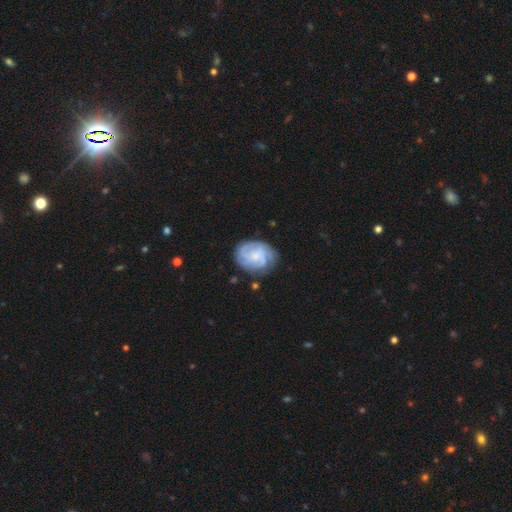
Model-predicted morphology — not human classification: smooth_or_featured: featured or disk (p=0.76) [alt: smooth p=0.18]
disk_edge_on: no (p=0.98) [alt: yes p=0.02]
bar: no (p=0.65) [alt: weak p=0.31]
has_spiral_arms: yes (p=0.95) [alt: no p=0.05]
spiral_winding: tight (p=0.60) [alt: medium p=0.31]
spiral_arm_count: can't tell (p=0.31) [alt: 3 p=0.26]
bulge_size: small (p=0.54) [alt: moderate p=0.25]
merging: none (p=0.74) [alt: minor disturbance p=0.17]